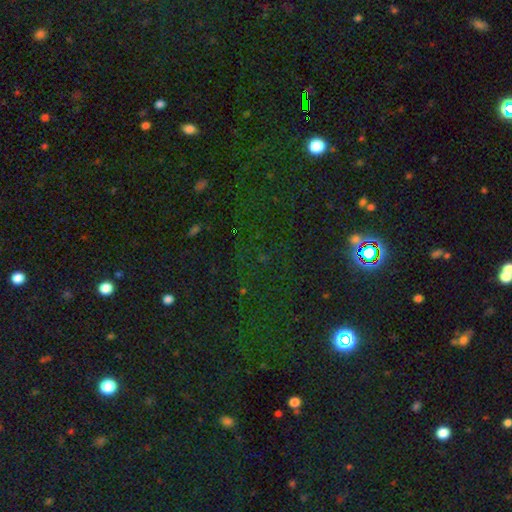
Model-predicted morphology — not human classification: Smooth or featured? star or artifact (73%)